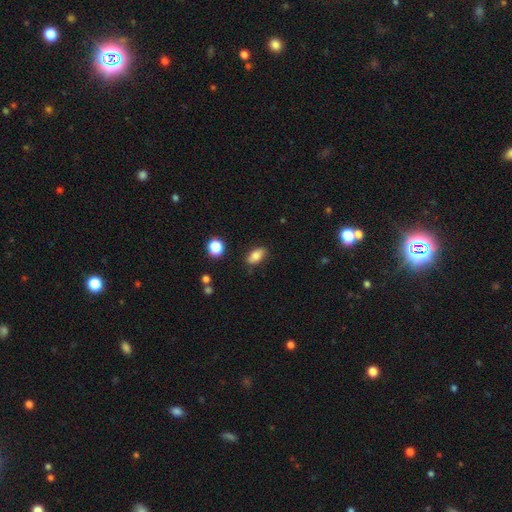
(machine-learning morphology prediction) Smooth or featured? smooth (79%)
How rounded? in between (88%)
Merging? none (83%)